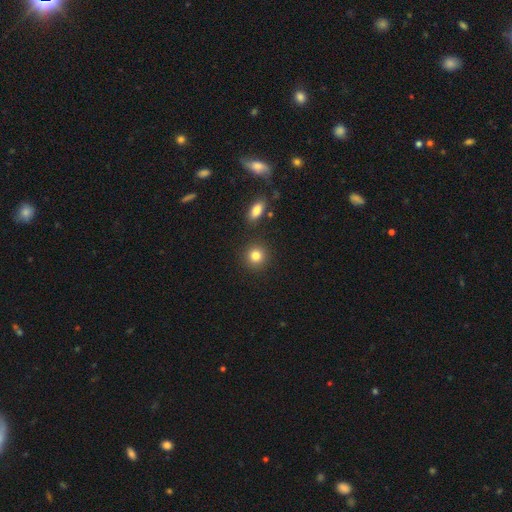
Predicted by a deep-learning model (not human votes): A smooth galaxy with no disk features (83%) that is round (90%).

Vote fractions:
- Smooth or featured? smooth: 83% / star or artifact: 11% / featured or disk: 6%
- How rounded? round: 90% / in between: 9% / cigar-shaped: 1%
- Merging? none: 88% / minor disturbance: 6% / merger: 4% / major disturbance: 2%